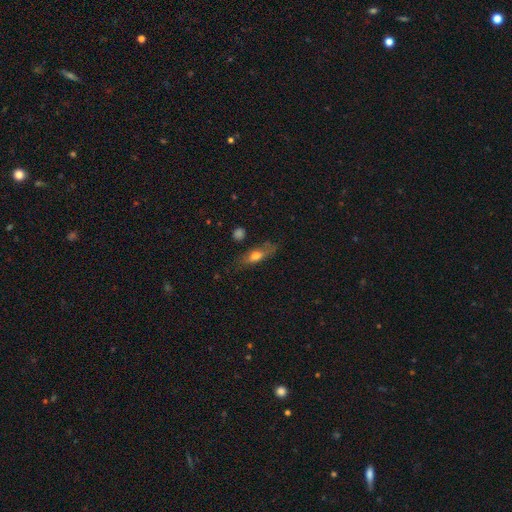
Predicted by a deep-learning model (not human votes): smooth_or_featured: smooth (p=0.60) [alt: featured or disk p=0.31]
how_rounded: in between (p=0.53) [alt: cigar-shaped p=0.42]
merging: none (p=0.65) [alt: minor disturbance p=0.23]